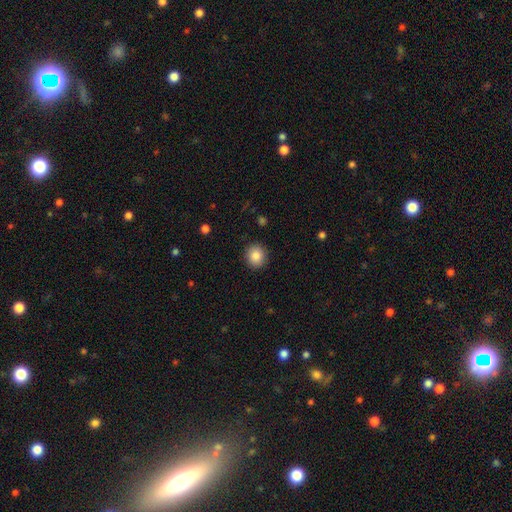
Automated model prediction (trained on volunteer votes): Overall: smooth (86%). How rounded: round (87%). Merging: none (91%).